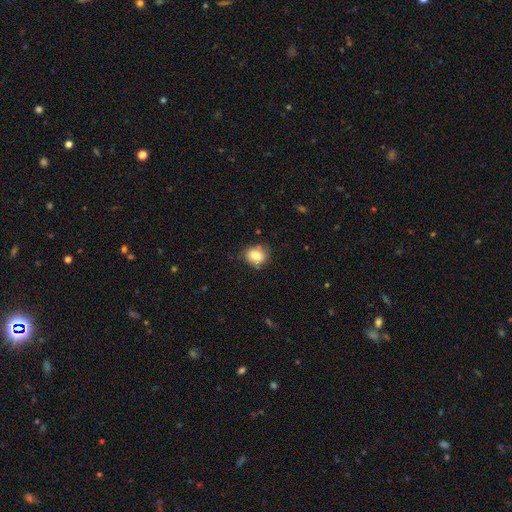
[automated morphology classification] Smooth or featured: smooth — 80% (featured or disk — 11%)
How rounded: round — 59% (in between — 40%)
Merging: none — 69% (minor disturbance — 24%)